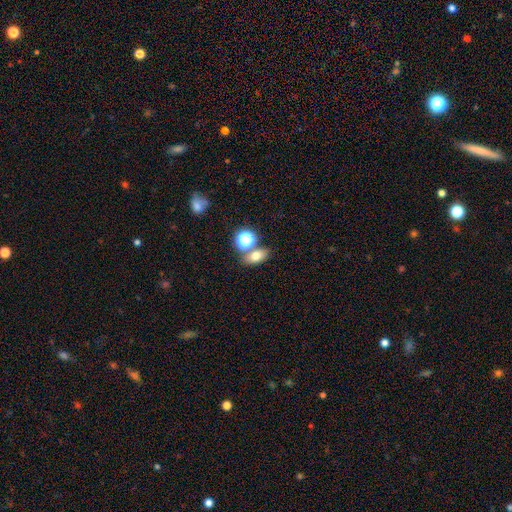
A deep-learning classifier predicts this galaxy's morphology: Q: Smooth or featured?
A: smooth (72%); runner-up: star or artifact (15%)
Q: How rounded?
A: in between (74%); runner-up: round (23%)
Q: Merging?
A: none (64%); runner-up: merger (22%)